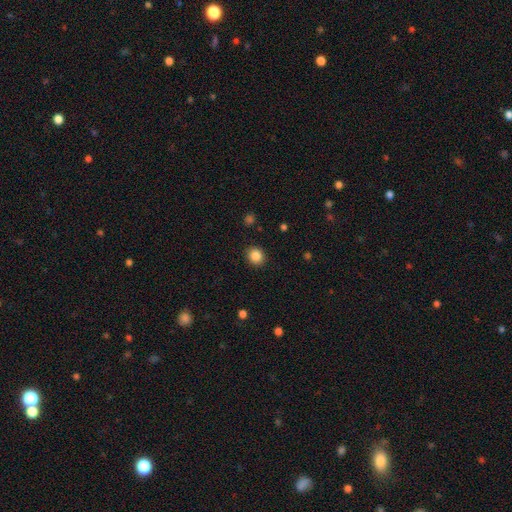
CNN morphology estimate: Smooth or featured? Predicted: smooth (p=0.86). How rounded? Predicted: round (p=0.80). Merging? Predicted: none (p=0.90).